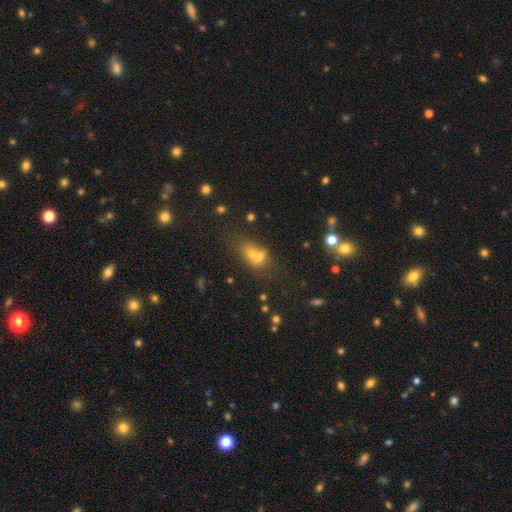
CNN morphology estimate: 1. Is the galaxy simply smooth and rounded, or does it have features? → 61% smooth, 21% featured or disk, 18% star or artifact.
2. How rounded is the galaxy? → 59% in between, 38% round, 4% cigar-shaped.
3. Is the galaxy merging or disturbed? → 62% merger, 24% none, 9% minor disturbance, 6% major disturbance.